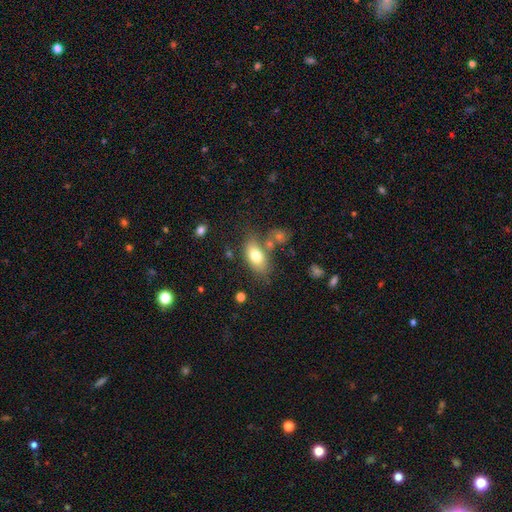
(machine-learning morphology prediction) This appears to be a smooth galaxy with no disk features (75%) that is in between round and cigar-shaped (88%). Merging: none (63%).